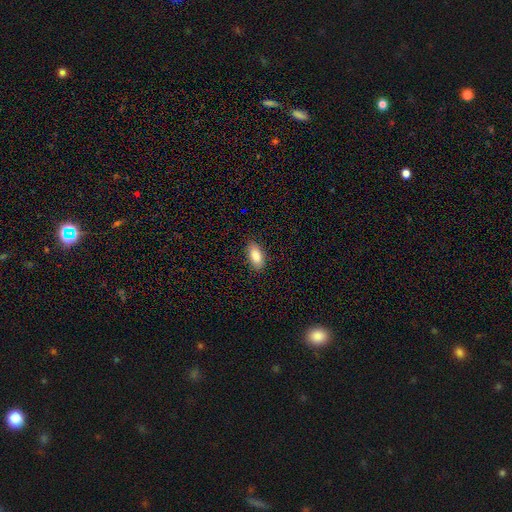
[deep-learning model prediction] Smooth or featured? Predicted: smooth (p=0.84). How rounded? Predicted: in between (p=0.89). Merging? Predicted: none (p=0.88).